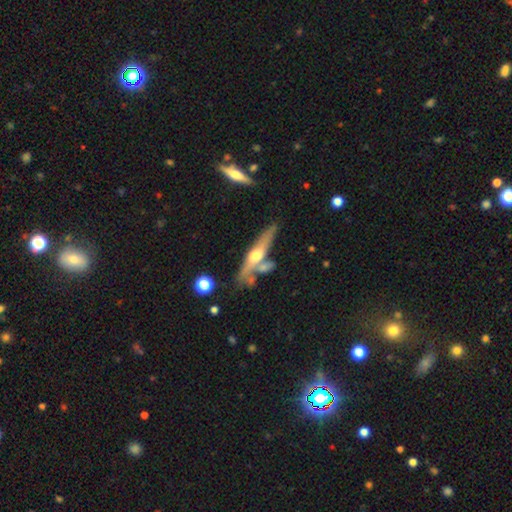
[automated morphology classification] Q: Smooth or featured?
A: featured or disk (63%); runner-up: smooth (31%)
Q: Edge-on disk?
A: yes (89%); runner-up: no (11%)
Q: Edge-on bulge?
A: rounded (91%); runner-up: none (5%)
Q: Merging?
A: none (60%); runner-up: merger (19%)